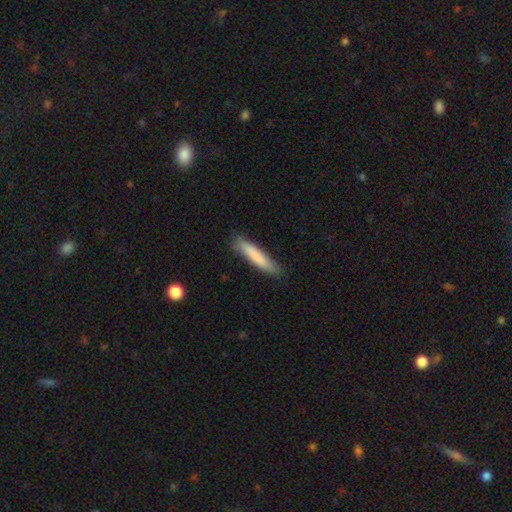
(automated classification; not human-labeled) The model was most divided on "smooth or featured": smooth: 82%, featured or disk: 13%, star or artifact: 5%. More confident: how rounded — cigar-shaped (89%); merging — none (84%).